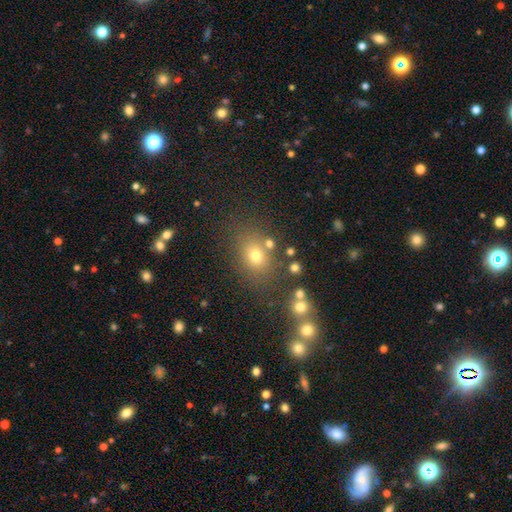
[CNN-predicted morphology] This appears to be a smooth galaxy with no disk features (70%) that is in between round and cigar-shaped (52%). Merging: none (73%).